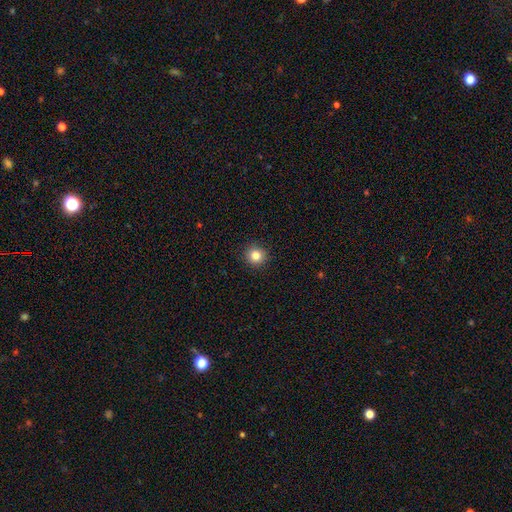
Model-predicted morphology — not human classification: Smooth or featured? smooth (83%)
How rounded? round (93%)
Merging? none (92%)